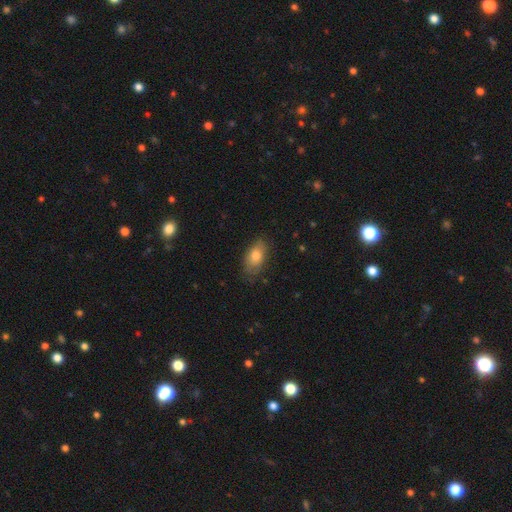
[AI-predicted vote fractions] This appears to be a smooth galaxy with no disk features (76%) that is in between round and cigar-shaped (90%). Merging: none (72%).